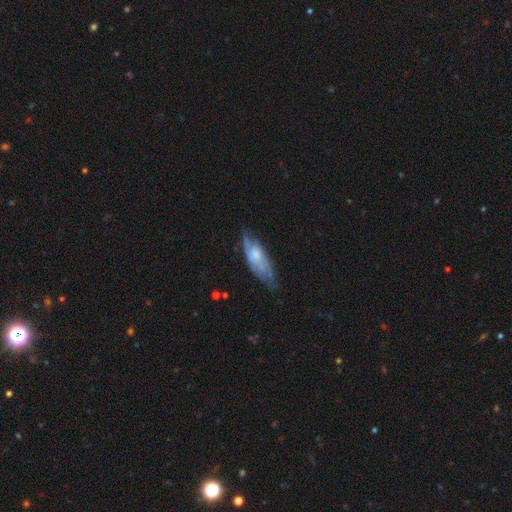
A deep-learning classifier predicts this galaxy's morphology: Smooth or featured? featured or disk (53%)
Edge-on disk? no (76%)
Merging? none (55%)